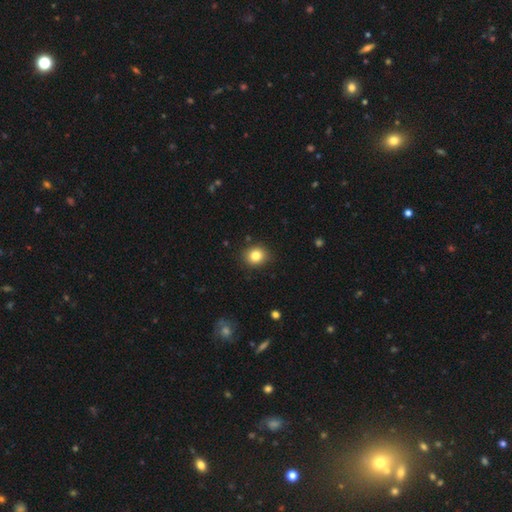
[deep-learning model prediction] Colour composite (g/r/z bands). It shows a smooth galaxy with no disk features (83%) that is round (79%). Merging: none (89%).